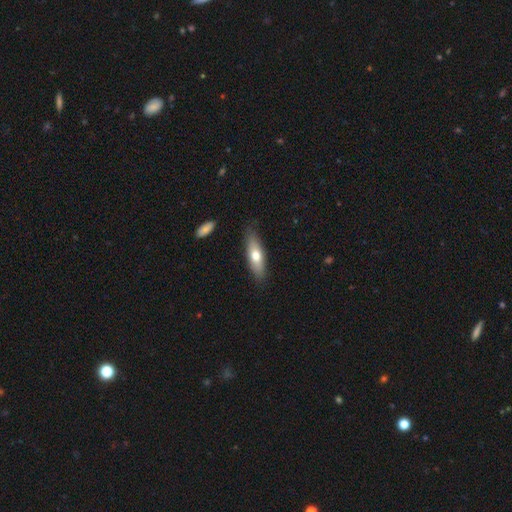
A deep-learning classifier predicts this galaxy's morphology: The model was most divided on "how rounded": in between: 52%, cigar-shaped: 46%, round: 2%. More confident: merging — none (81%); smooth or featured — smooth (64%).